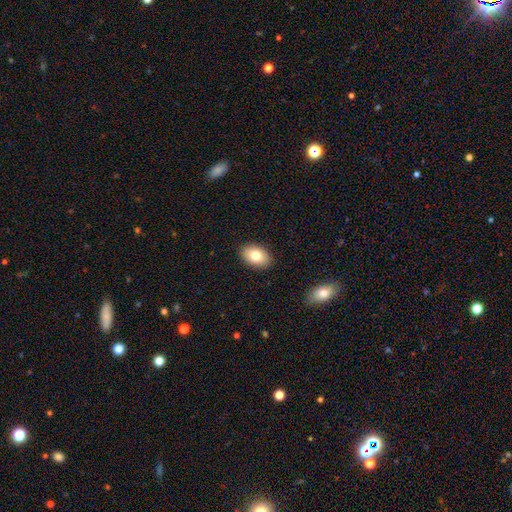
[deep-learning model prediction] A smooth galaxy with no disk features (80%) that is in between round and cigar-shaped (88%). Merging: none (89%).